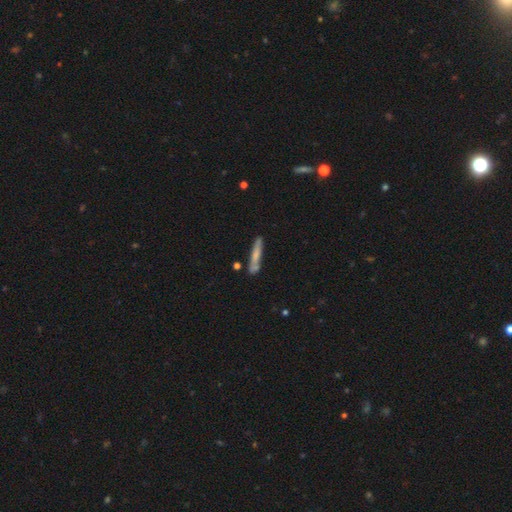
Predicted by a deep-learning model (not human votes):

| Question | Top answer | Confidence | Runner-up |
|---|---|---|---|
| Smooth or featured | smooth | 62% | featured or disk (32%) |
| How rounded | cigar-shaped | 92% | in between (6%) |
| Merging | none | 73% | minor disturbance (15%) |